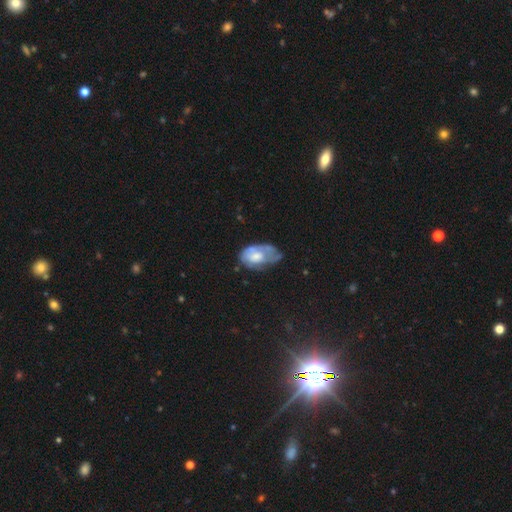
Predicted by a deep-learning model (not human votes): Smooth or featured? Predicted: featured or disk (p=0.51). Edge-on disk? Predicted: no (p=0.94). Merging? Predicted: none (p=0.38).